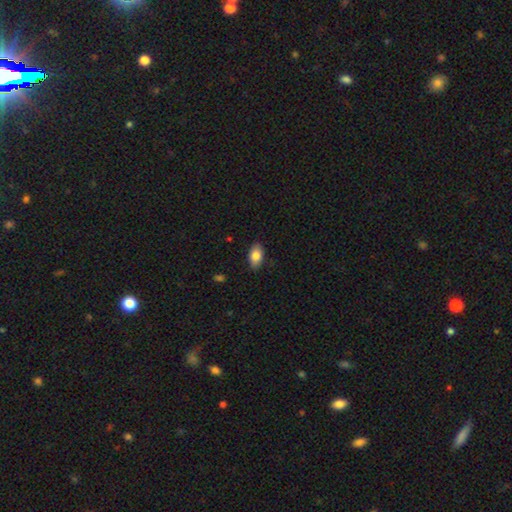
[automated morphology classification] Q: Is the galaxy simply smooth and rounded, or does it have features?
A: smooth — 85%.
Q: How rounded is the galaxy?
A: in between — 92%.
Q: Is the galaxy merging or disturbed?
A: none — 86%.